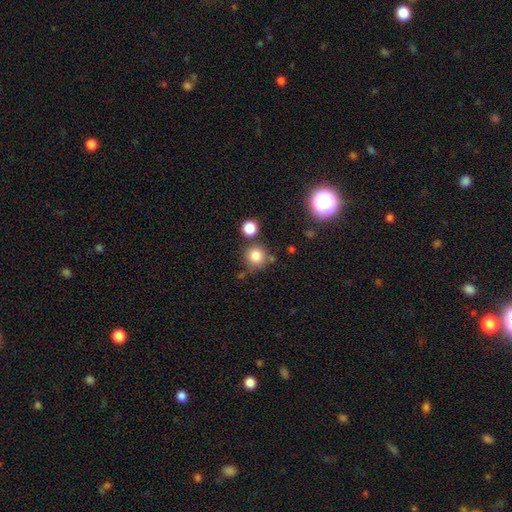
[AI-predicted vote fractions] A smooth galaxy with no disk features (82%) that is round (91%). Merging: none (74%).